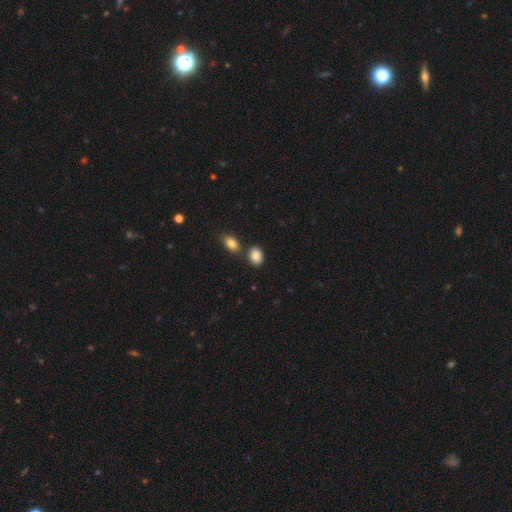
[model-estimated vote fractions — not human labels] Smooth or featured? smooth (87%)
How rounded? in between (68%)
Merging? none (70%)